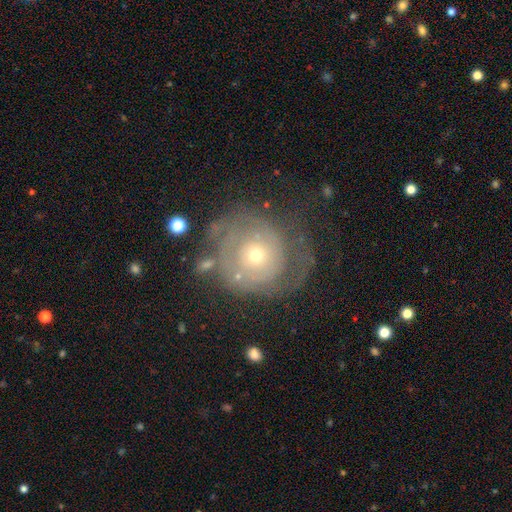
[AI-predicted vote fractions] This appears to be a featured or disk galaxy (68%) with no bar (87%), spiral arms (70%) and a small central bulge (64%). Merging: none (53%).